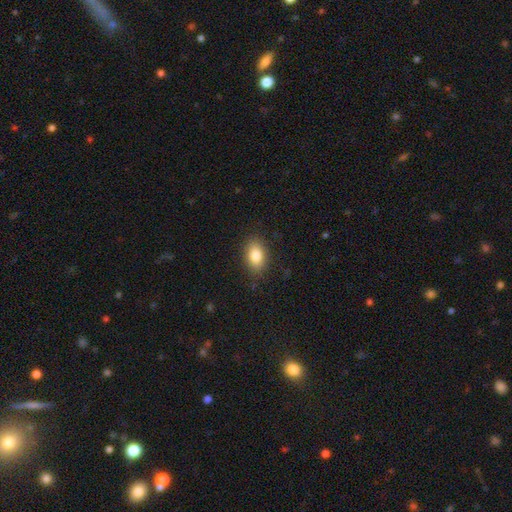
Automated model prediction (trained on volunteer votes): Morphology: type=smooth (83%); roundness=in between (88%); merging=none (86%).